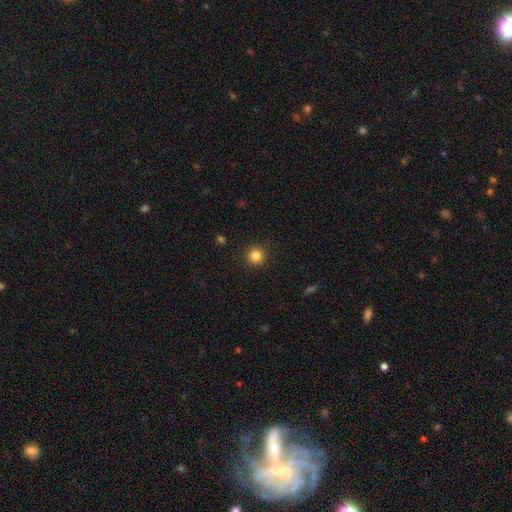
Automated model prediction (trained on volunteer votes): Overall: smooth (84%). How rounded: round (95%). Merging: none (92%).